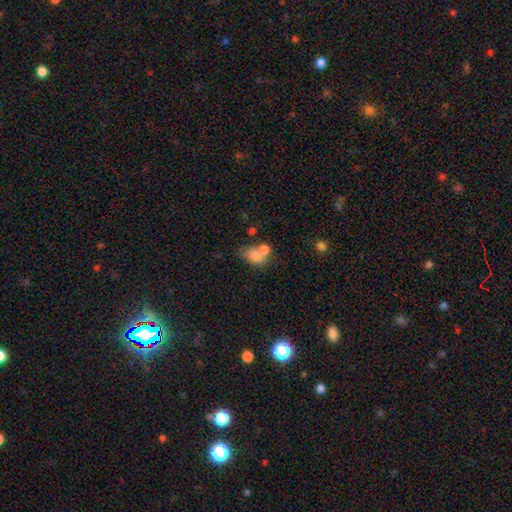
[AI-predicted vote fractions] smooth-or-featured: smooth: 75% | featured or disk: 14% | star or artifact: 11%
  how-rounded: in between: 75% | round: 23% | cigar-shaped: 2%
  merging: merger: 43% | none: 33% | minor disturbance: 15% | major disturbance: 10%